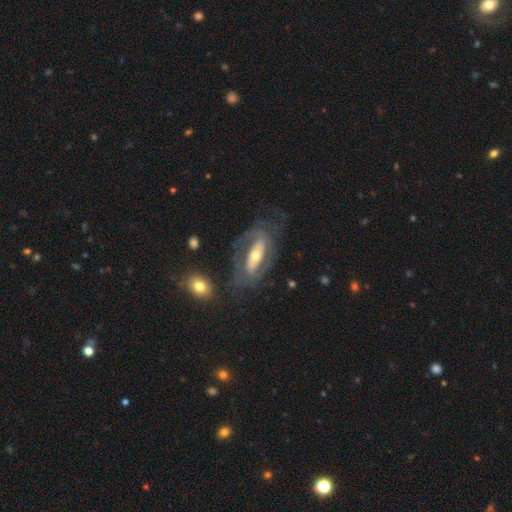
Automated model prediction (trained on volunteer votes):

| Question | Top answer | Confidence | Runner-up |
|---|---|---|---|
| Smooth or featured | featured or disk | 80% | smooth (14%) |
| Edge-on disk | no | 90% | yes (10%) |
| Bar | strong | 46% | no (27%) |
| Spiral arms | yes | 85% | no (15%) |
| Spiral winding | medium | 43% | tight (37%) |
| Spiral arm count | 2 | 71% | can't tell (16%) |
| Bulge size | moderate | 55% | small (37%) |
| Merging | none | 60% | major disturbance (19%) |